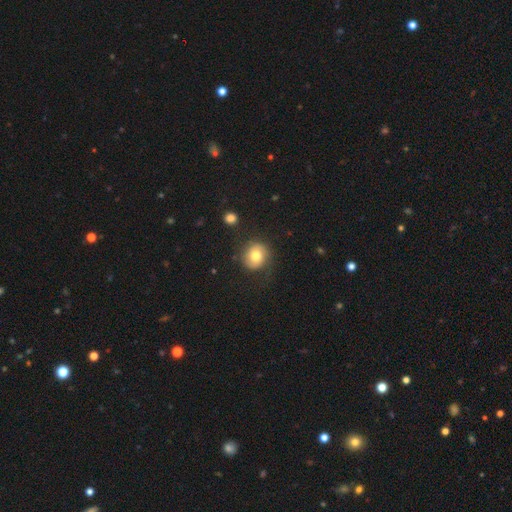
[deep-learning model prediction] A smooth galaxy with no disk features (66%) that is round (80%). Merging: none (70%).